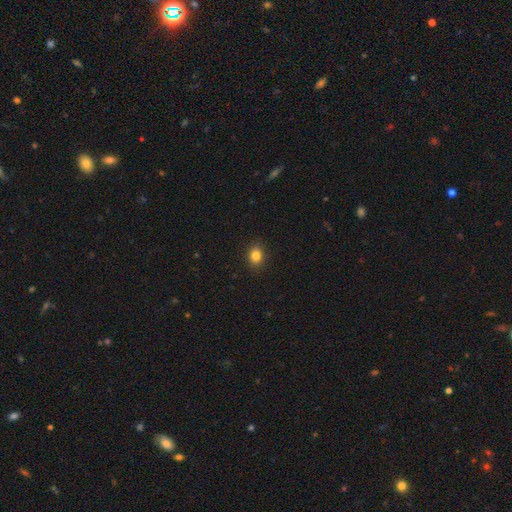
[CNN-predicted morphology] This is clearly a smooth galaxy (84%). How rounded: possibly in between (50%). Merging: clearly none (90%).